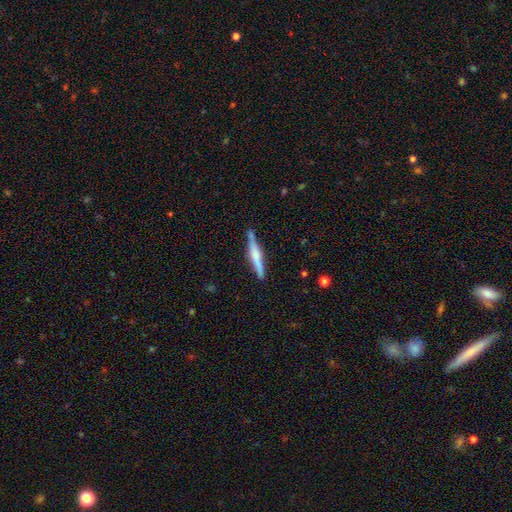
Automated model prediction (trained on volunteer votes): Smooth or featured?
  - featured or disk: 54% *
  - smooth: 40%
  - star or artifact: 6%
Edge-on disk?
  - yes: 97% *
  - no: 3%
Edge-on bulge?
  - rounded: 62% *
  - boxy: 21%
  - none: 16%
Merging?
  - none: 83% *
  - minor disturbance: 12%
  - merger: 3%
  - major disturbance: 2%